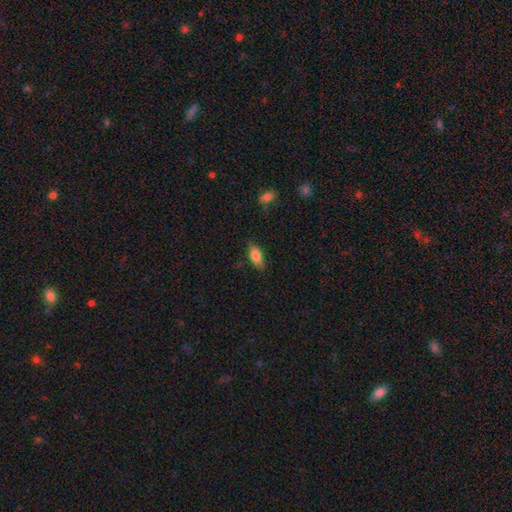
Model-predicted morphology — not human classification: This is clearly a smooth galaxy (80%). How rounded: clearly in between (84%). Merging: likely none (79%).